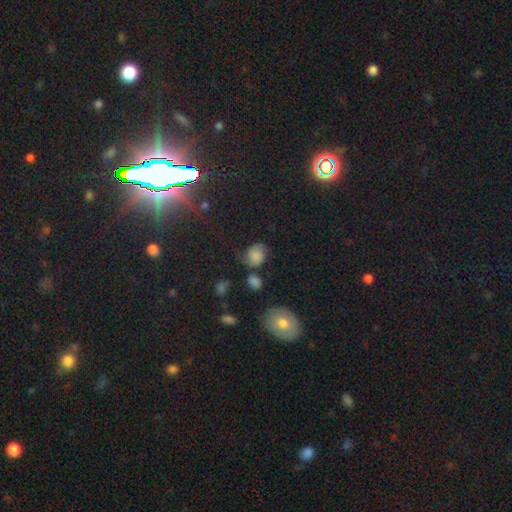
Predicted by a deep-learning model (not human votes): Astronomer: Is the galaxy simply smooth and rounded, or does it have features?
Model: smooth — 74%.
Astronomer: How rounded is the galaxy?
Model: round — 67%.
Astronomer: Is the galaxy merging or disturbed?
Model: none — 57%.